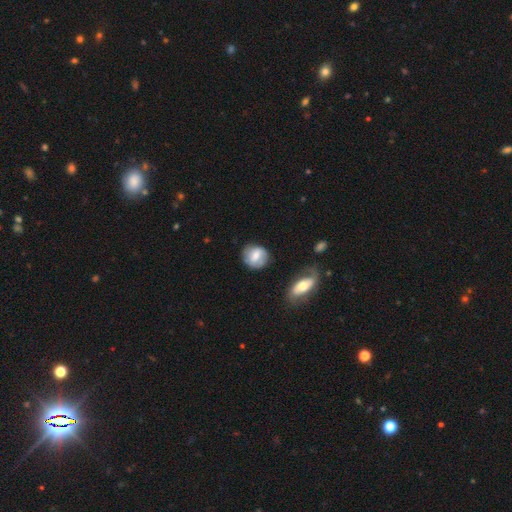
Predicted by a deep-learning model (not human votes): This appears to be a smooth galaxy with no disk features (62%) that is round (74%). Merging: none (75%).